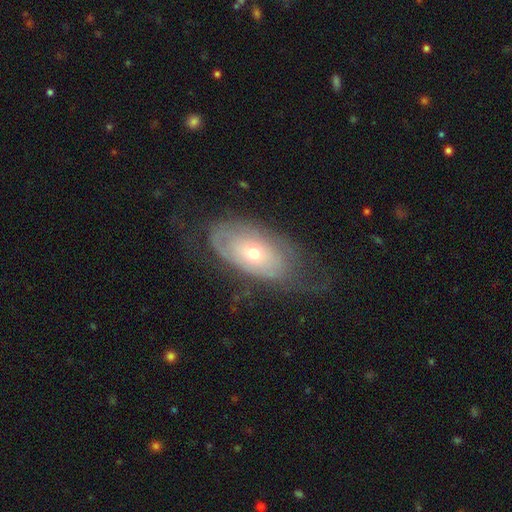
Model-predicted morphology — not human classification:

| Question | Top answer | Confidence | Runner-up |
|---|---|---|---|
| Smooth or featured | featured or disk | 58% | smooth (34%) |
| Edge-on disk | no | 88% | yes (12%) |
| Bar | no | 85% | weak (11%) |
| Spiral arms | yes | 51% | no (49%) |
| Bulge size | moderate | 56% | small (39%) |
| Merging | none | 57% | minor disturbance (24%) |